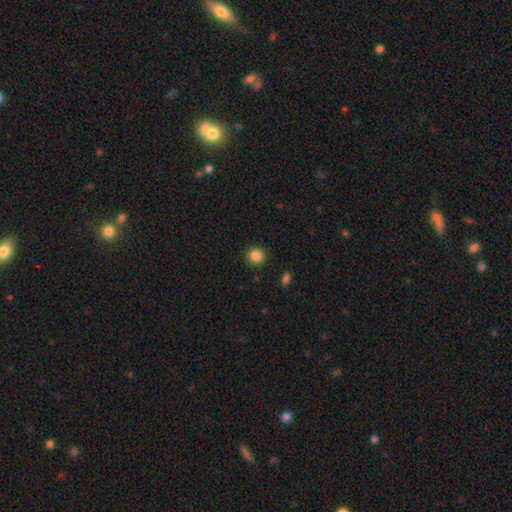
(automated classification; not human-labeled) This is clearly a smooth galaxy (86%). How rounded: clearly round (91%). Merging: clearly none (90%).